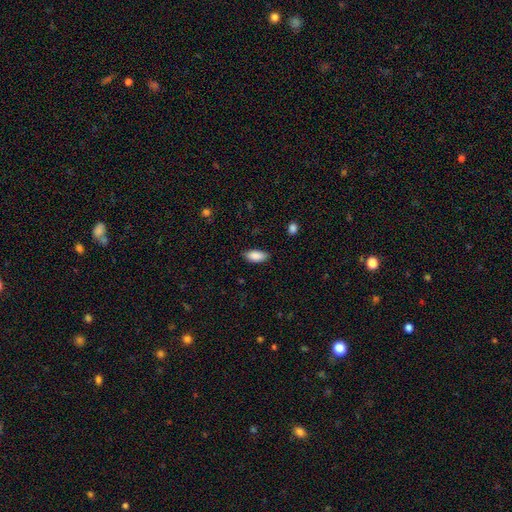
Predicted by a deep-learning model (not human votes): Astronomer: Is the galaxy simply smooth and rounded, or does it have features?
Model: smooth — 88%.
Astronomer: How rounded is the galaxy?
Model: in between — 87%.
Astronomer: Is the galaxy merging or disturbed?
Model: none — 83%.